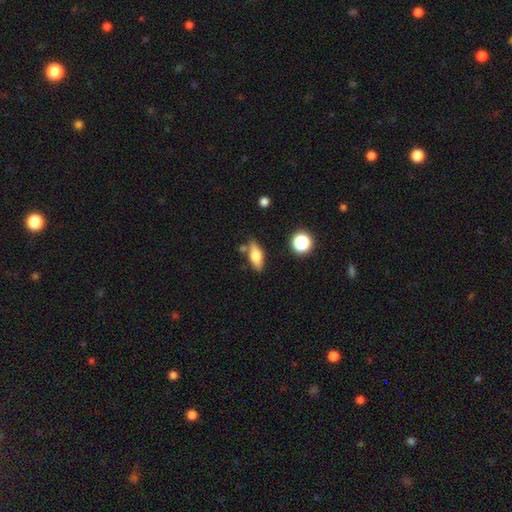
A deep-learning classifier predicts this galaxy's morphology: type=smooth (65%); roundness=in between (73%); merging=none (72%).